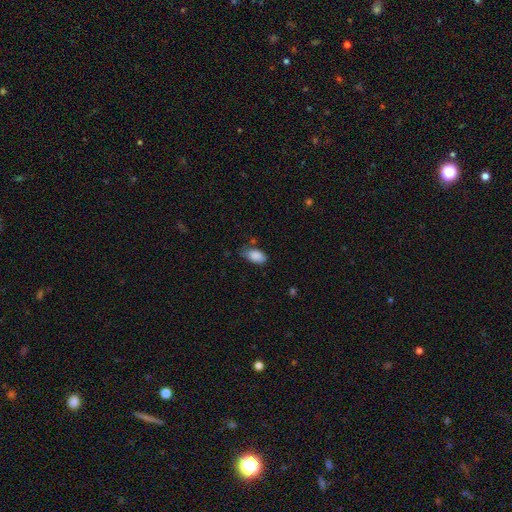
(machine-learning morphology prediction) Q: Smooth or featured?
A: smooth (87%); runner-up: star or artifact (8%)
Q: How rounded?
A: in between (92%); runner-up: round (5%)
Q: Merging?
A: none (59%); runner-up: minor disturbance (31%)